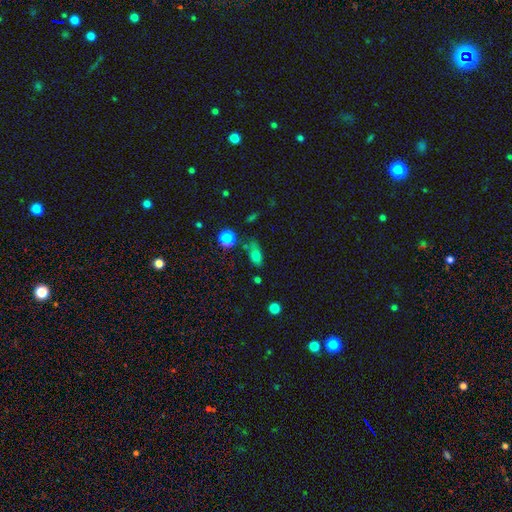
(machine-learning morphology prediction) smooth_or_featured: smooth (p=0.73) [alt: star or artifact p=0.16]
how_rounded: in between (p=0.74) [alt: round p=0.18]
merging: none (p=0.51) [alt: minor disturbance p=0.28]